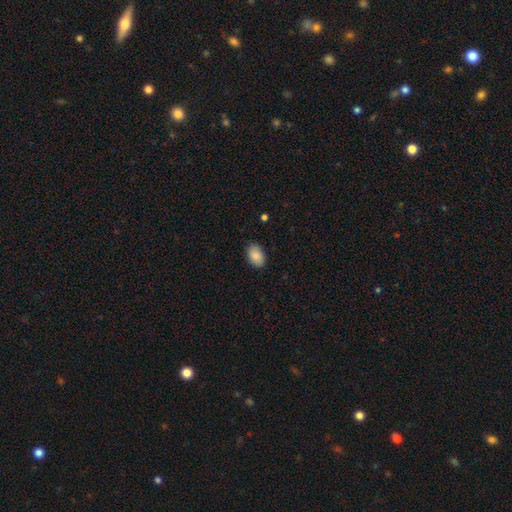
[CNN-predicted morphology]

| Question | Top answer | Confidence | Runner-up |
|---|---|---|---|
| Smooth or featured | smooth | 88% | star or artifact (7%) |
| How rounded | in between | 89% | round (9%) |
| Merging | none | 87% | minor disturbance (9%) |